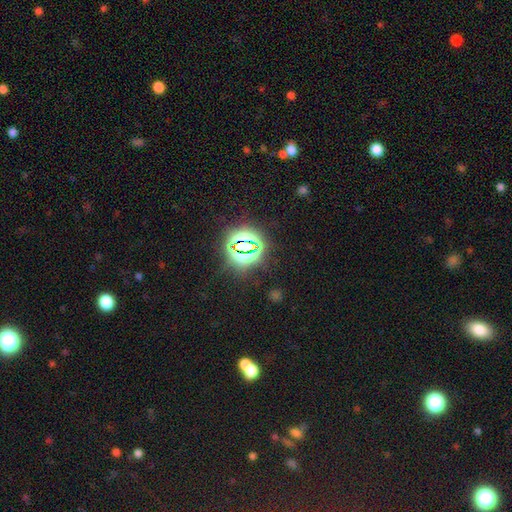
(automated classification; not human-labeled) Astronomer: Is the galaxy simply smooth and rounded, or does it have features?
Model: star or artifact — 80%.